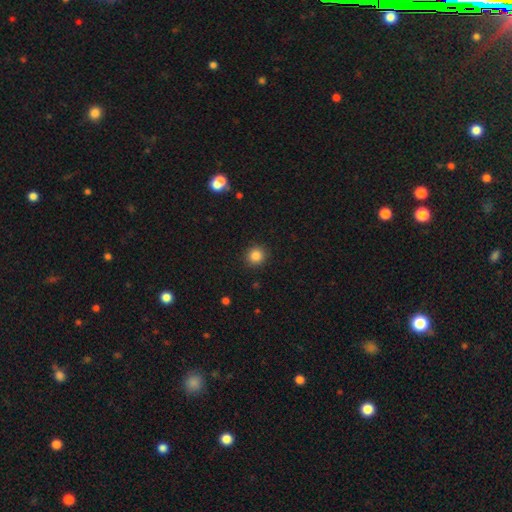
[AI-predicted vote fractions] Smooth or featured? smooth (85%)
How rounded? round (92%)
Merging? none (91%)